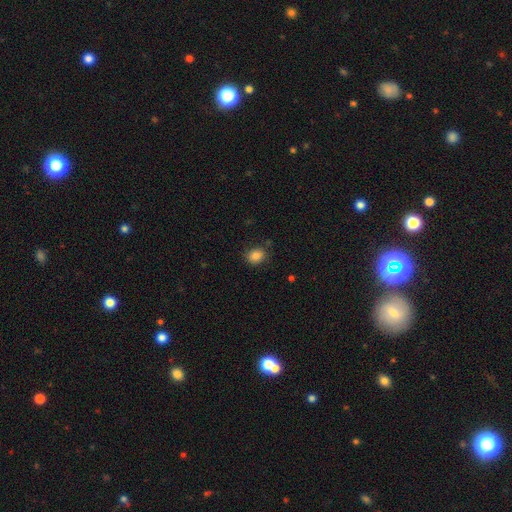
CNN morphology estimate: A smooth galaxy with no disk features (84%) that is round (59%). Merging: none (83%).